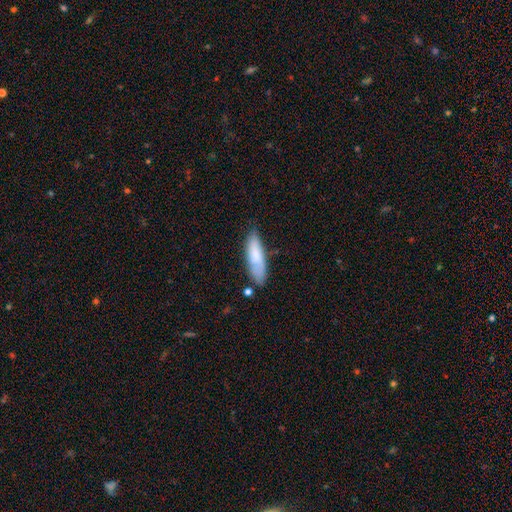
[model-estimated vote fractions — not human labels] Smooth or featured? Predicted: smooth (p=0.78). How rounded? Predicted: cigar-shaped (p=0.54). Merging? Predicted: none (p=0.64).